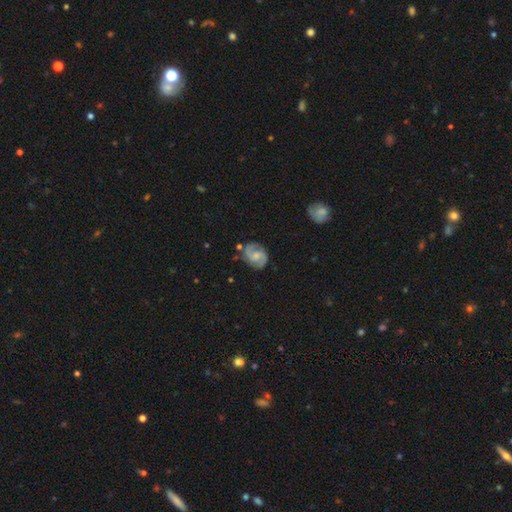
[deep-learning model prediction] Smooth or featured? featured or disk (84%)
Edge-on disk? no (98%)
Bar? no (49%)
Spiral arms? yes (97%)
Spiral winding? medium (55%)
Spiral arm count? 2 (92%)
Bulge size? small (44%)
Merging? none (80%)